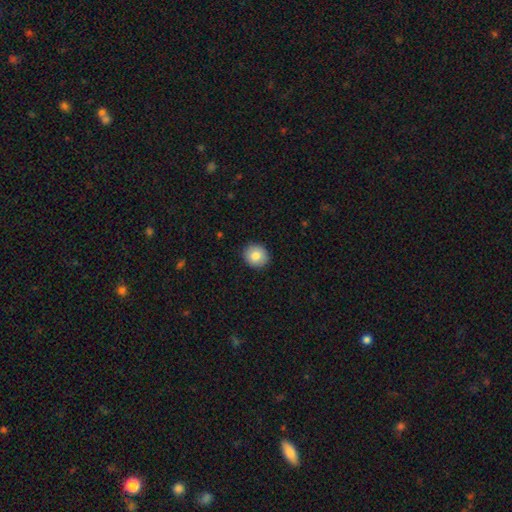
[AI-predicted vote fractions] Smooth or featured?
  - smooth: 84% *
  - featured or disk: 8%
  - star or artifact: 8%
How rounded?
  - round: 86% *
  - in between: 13%
  - cigar-shaped: 1%
Merging?
  - none: 91% *
  - minor disturbance: 6%
  - major disturbance: 2%
  - merger: 1%